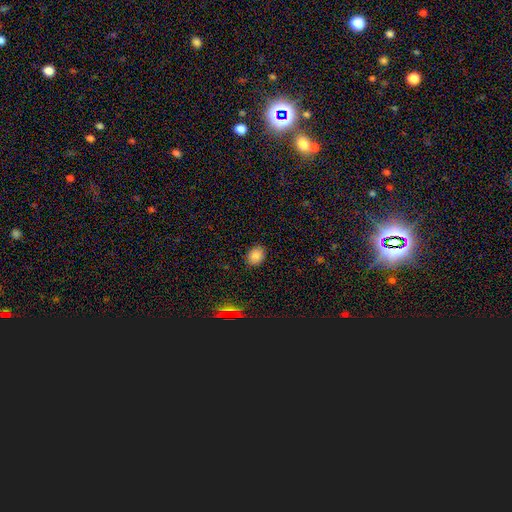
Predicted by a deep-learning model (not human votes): Smooth or featured?
  - smooth: 82% *
  - star or artifact: 13%
  - featured or disk: 6%
How rounded?
  - in between: 54% *
  - round: 45%
  - cigar-shaped: 1%
Merging?
  - none: 88% *
  - minor disturbance: 9%
  - major disturbance: 2%
  - merger: 1%